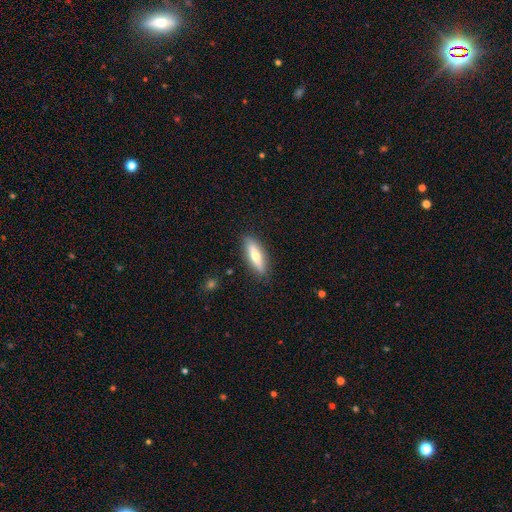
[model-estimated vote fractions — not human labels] Overall: smooth (53%; featured or disk 41%). How rounded: cigar-shaped (57%; in between 41%). Merging: none (87%).